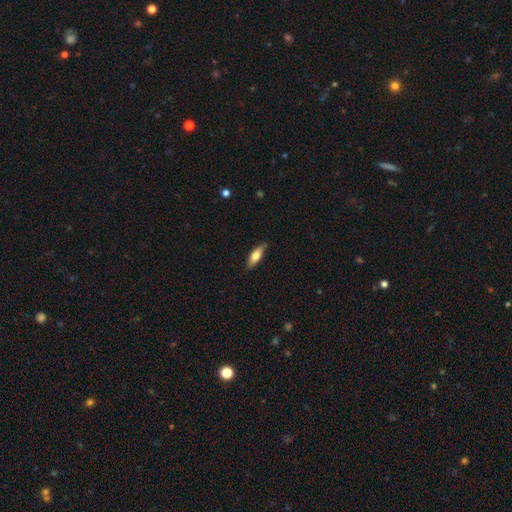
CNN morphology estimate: This is likely a smooth galaxy (62%). How rounded: possibly in between (52%). Merging: clearly none (85%).